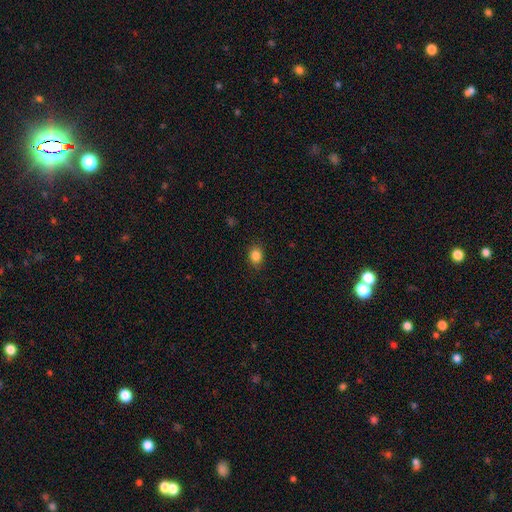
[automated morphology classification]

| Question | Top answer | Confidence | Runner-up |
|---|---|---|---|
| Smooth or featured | smooth | 85% | star or artifact (10%) |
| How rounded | in between | 54% | round (45%) |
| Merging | none | 87% | minor disturbance (10%) |